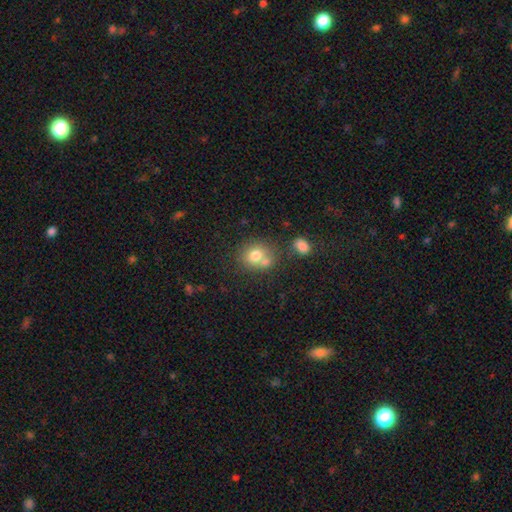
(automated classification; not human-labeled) smooth-or-featured: smooth: 75% | featured or disk: 14% | star or artifact: 11%
  how-rounded: round: 71% | in between: 28% | cigar-shaped: 1%
  merging: none: 49% | merger: 35% | minor disturbance: 12% | major disturbance: 4%